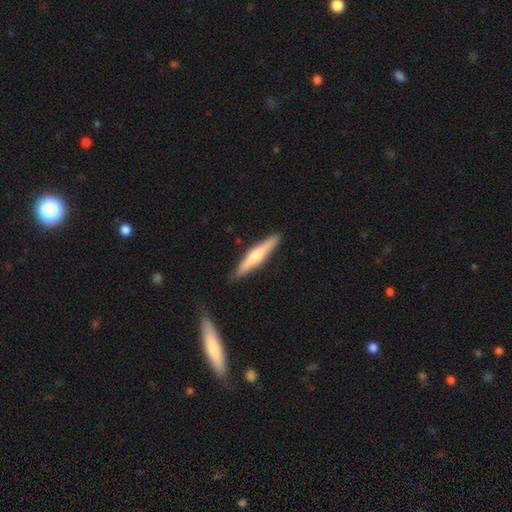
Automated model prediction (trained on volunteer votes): A smooth galaxy with no disk features (49%).

Vote fractions:
- Smooth or featured? smooth: 49% / featured or disk: 45% / star or artifact: 5%
- Merging? none: 88% / minor disturbance: 9% / major disturbance: 2% / merger: 1%